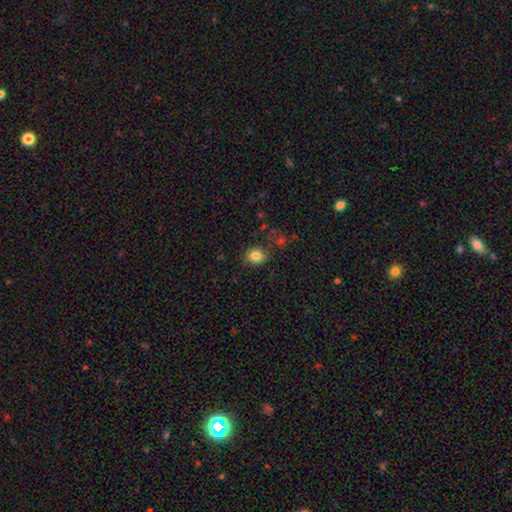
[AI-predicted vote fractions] smooth-or-featured: smooth: 82% | star or artifact: 11% | featured or disk: 7%
  how-rounded: round: 69% | in between: 30% | cigar-shaped: 1%
  merging: none: 79% | minor disturbance: 13% | major disturbance: 5% | merger: 3%